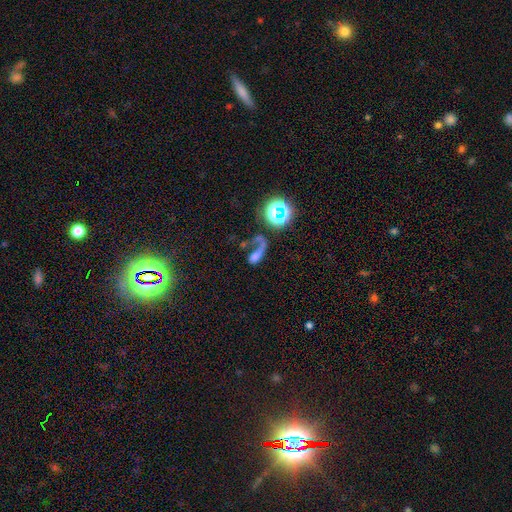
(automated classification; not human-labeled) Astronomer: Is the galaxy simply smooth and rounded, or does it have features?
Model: featured or disk — 40% (runner-up: smooth, 37%).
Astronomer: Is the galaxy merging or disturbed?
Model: major disturbance — 44% (runner-up: none, 24%).